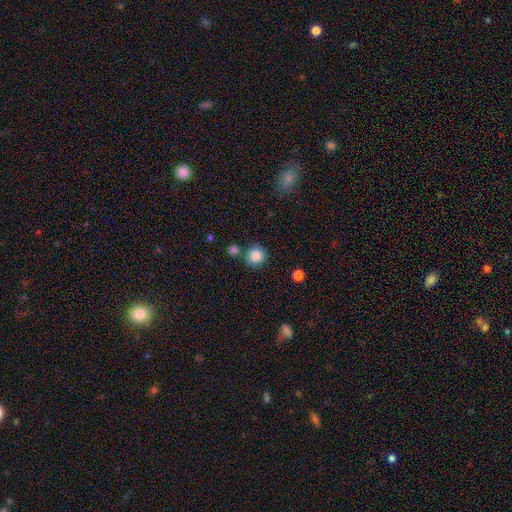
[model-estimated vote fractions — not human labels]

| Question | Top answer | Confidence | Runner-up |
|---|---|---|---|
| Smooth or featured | smooth | 86% | star or artifact (10%) |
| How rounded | round | 91% | in between (8%) |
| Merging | none | 75% | minor disturbance (11%) |